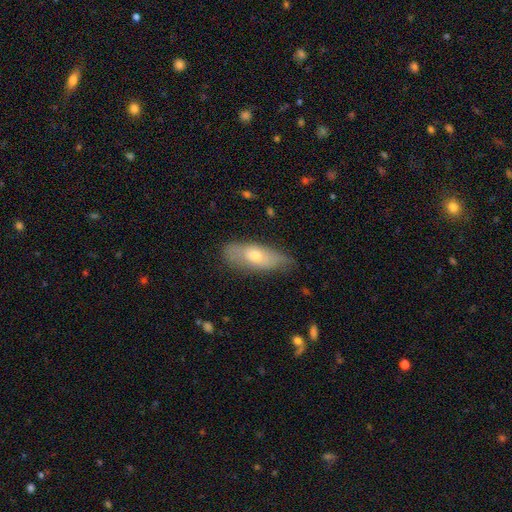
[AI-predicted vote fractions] A smooth galaxy with no disk features (58%) that is in between round and cigar-shaped (70%). Merging: none (68%).